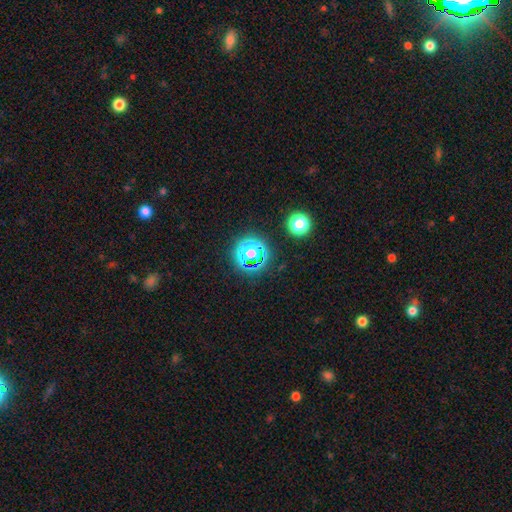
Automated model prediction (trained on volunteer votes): A star or artifact, not a galaxy (63%).